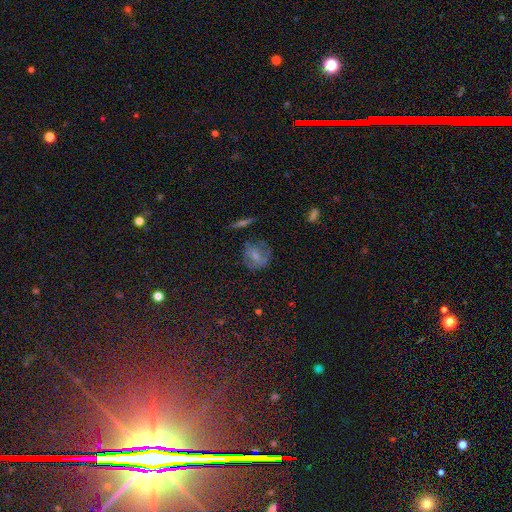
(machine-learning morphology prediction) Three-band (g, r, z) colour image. It shows a smooth galaxy with no disk features (54%) that is round (73%). Merging: none (65%).